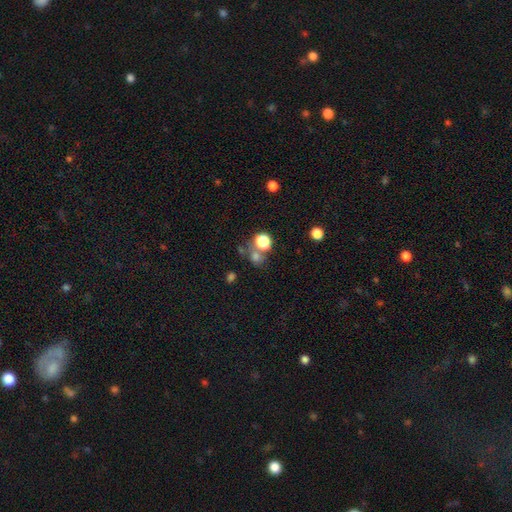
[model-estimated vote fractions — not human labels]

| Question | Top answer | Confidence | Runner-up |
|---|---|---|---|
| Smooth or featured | smooth | 65% | star or artifact (26%) |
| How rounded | round | 78% | in between (21%) |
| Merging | none | 56% | merger (27%) |